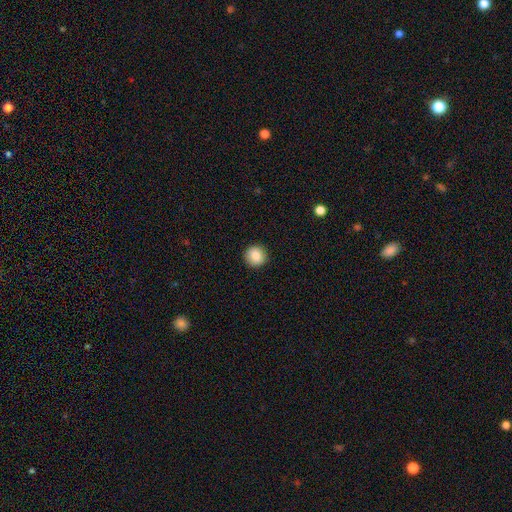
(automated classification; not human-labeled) A smooth galaxy with no disk features (86%) that is round (95%).

Vote fractions:
- Smooth or featured? smooth: 86% / star or artifact: 9% / featured or disk: 5%
- How rounded? round: 95% / in between: 4% / cigar-shaped: 1%
- Merging? none: 92% / minor disturbance: 5% / major disturbance: 2% / merger: 1%